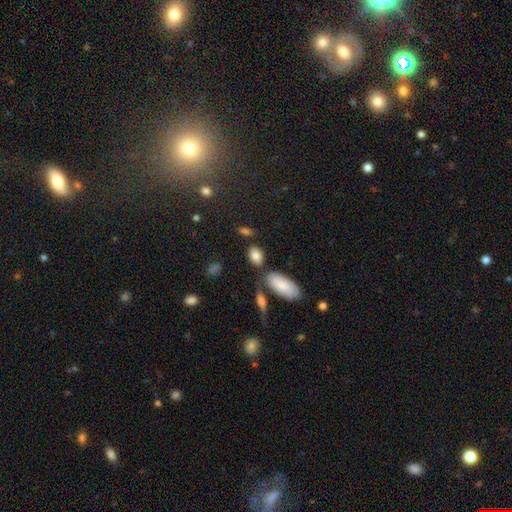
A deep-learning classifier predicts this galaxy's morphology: This is clearly a smooth galaxy (83%). How rounded: clearly in between (80%). Merging: likely none (71%).